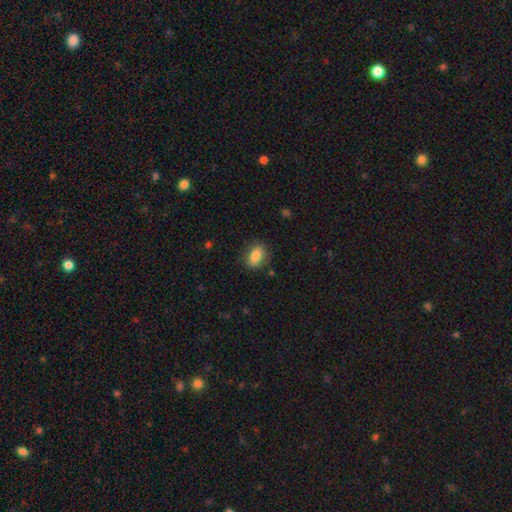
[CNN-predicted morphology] smooth_or_featured: smooth (p=0.82) [alt: featured or disk p=0.10]
how_rounded: in between (p=0.83) [alt: round p=0.13]
merging: none (p=0.83) [alt: minor disturbance p=0.13]